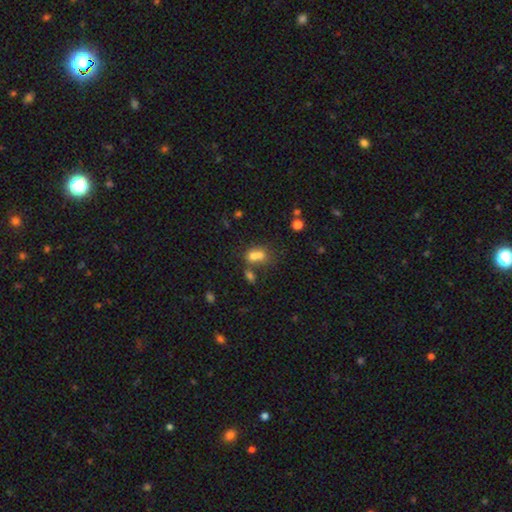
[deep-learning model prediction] smooth 68%, featured or disk 17%, star or artifact 15%. Down the decision tree: how rounded — round (51%); merging — merger (62%).